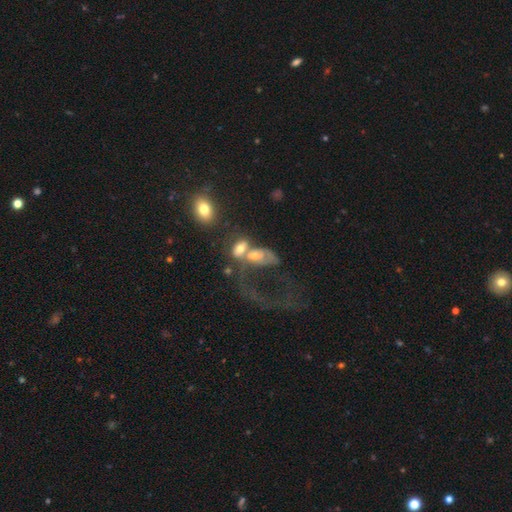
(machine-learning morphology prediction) smooth-or-featured: smooth: 44% (tied) | featured or disk: 44% (tied) | star or artifact: 12%
  merging: merger: 67% | major disturbance: 18% | none: 9% | minor disturbance: 6%